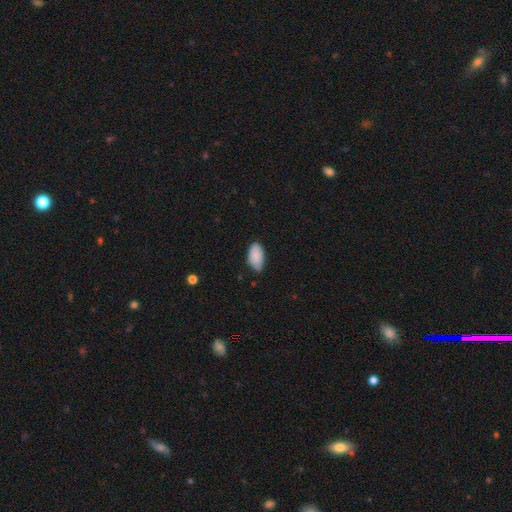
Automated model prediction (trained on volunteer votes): Morphology: type=smooth (87%); roundness=in between (95%); merging=none (69%).